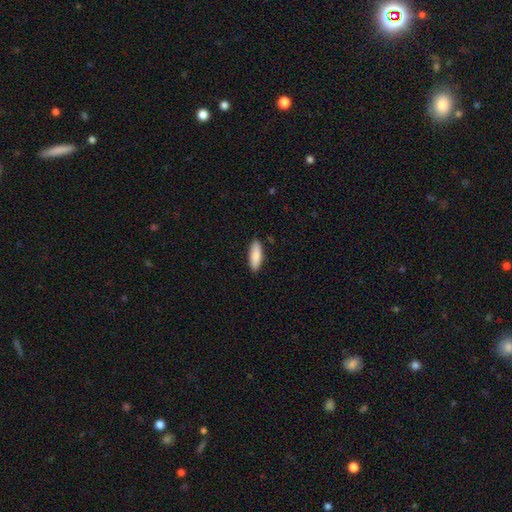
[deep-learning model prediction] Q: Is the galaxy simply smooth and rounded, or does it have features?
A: smooth — 86%.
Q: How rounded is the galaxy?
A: in between — 62%.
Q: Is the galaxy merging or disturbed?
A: none — 89%.